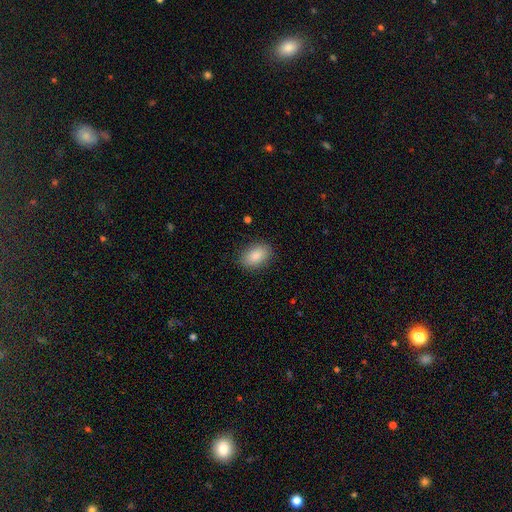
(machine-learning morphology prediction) Q: Smooth or featured?
A: smooth (88%); runner-up: star or artifact (7%)
Q: How rounded?
A: in between (89%); runner-up: round (9%)
Q: Merging?
A: none (87%); runner-up: minor disturbance (10%)